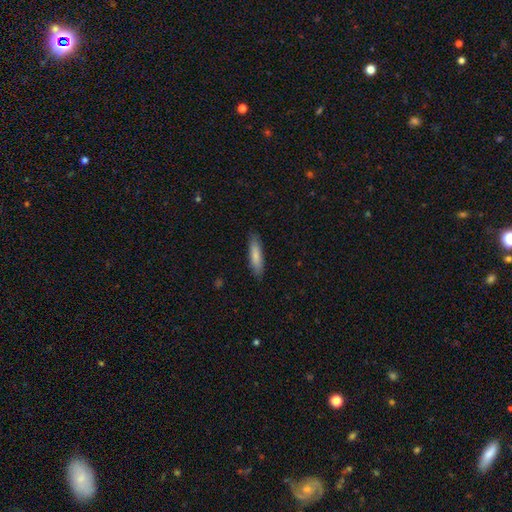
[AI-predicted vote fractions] Q: Smooth or featured?
A: smooth (83%); runner-up: featured or disk (12%)
Q: How rounded?
A: cigar-shaped (76%); runner-up: in between (23%)
Q: Merging?
A: none (86%); runner-up: minor disturbance (10%)